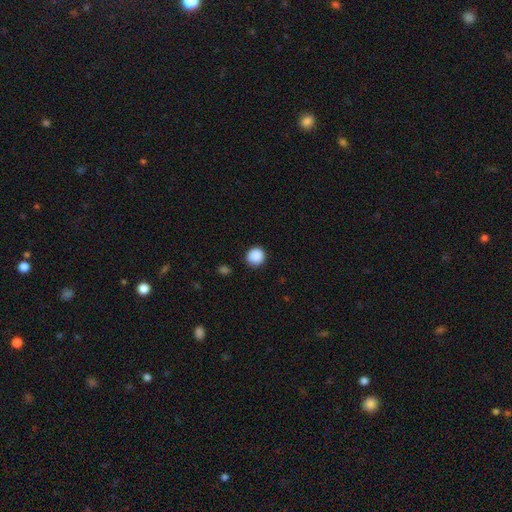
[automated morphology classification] Smooth or featured? Predicted: smooth (p=0.88). How rounded? Predicted: round (p=0.90). Merging? Predicted: none (p=0.87).